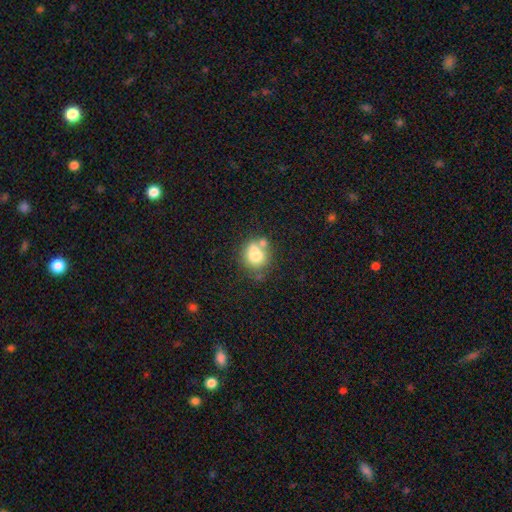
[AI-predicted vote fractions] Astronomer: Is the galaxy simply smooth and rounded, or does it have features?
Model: smooth — 75%.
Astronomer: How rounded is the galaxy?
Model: round — 68%.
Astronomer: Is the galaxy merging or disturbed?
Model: none — 44% (runner-up: merger, 32%).